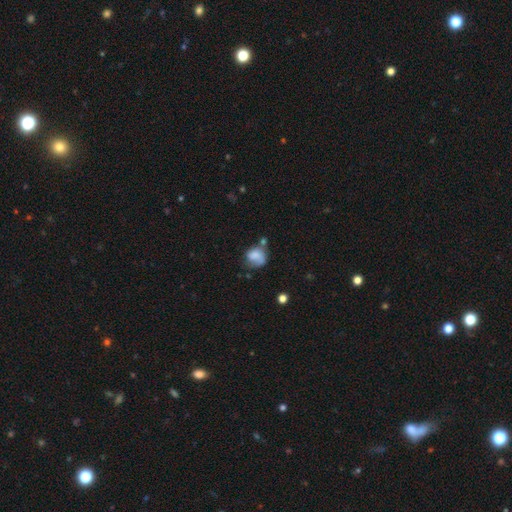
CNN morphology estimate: The model was most divided on "merging": none: 38%, minor disturbance: 28%, major disturbance: 19%, merger: 15%. More confident: smooth or featured — smooth (71%); how rounded — round (64%).